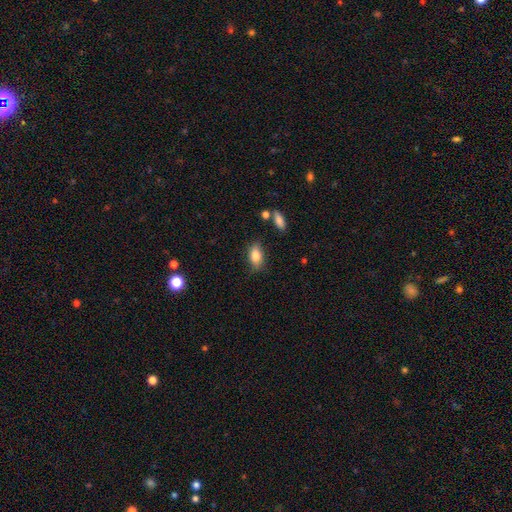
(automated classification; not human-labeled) A smooth galaxy with no disk features (80%) that is in between round and cigar-shaped (86%). Merging: none (75%).